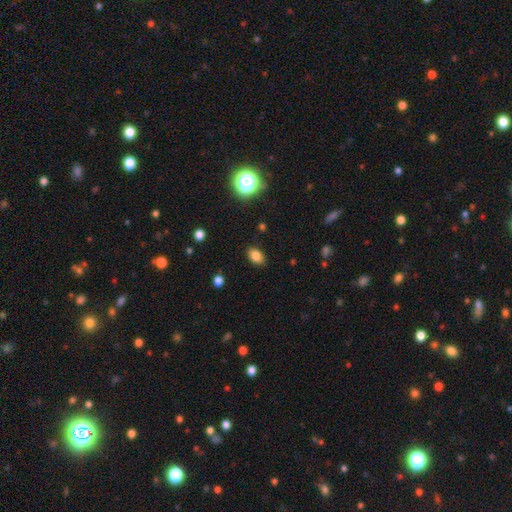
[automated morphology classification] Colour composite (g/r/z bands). It shows a smooth galaxy with no disk features (82%) that is in between round and cigar-shaped (83%). Merging: none (86%).